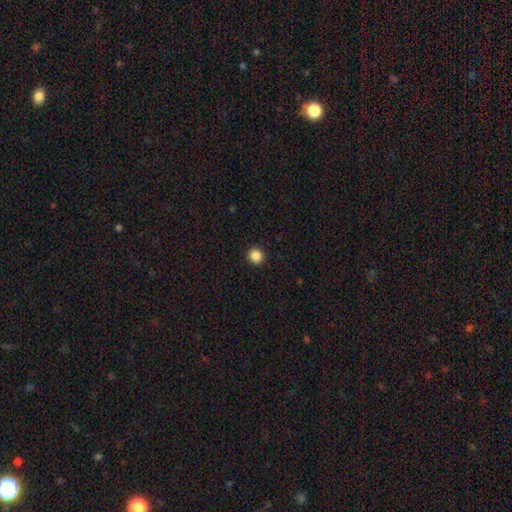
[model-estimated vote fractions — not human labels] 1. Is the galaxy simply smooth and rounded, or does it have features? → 86% smooth, 11% star or artifact, 3% featured or disk.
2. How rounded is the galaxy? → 95% round, 4% in between, 1% cigar-shaped.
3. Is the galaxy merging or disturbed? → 94% none, 4% minor disturbance, 1% major disturbance, 1% merger.